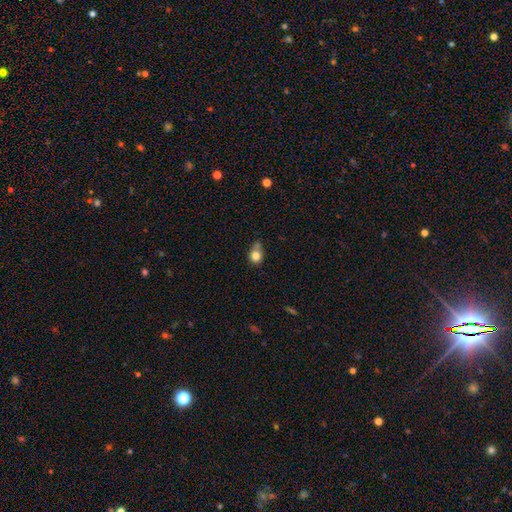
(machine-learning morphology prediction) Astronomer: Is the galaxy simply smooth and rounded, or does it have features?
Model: smooth — 80%.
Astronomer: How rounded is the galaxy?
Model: round — 74%.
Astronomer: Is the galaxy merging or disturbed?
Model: none — 44% (runner-up: minor disturbance, 28%).